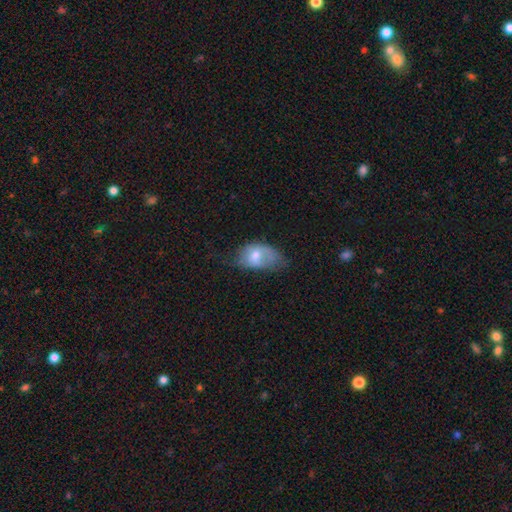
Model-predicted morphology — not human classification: smooth_or_featured: smooth (p=0.62) [alt: featured or disk p=0.30]
how_rounded: in between (p=0.87) [alt: round p=0.11]
merging: minor disturbance (p=0.38) [alt: none p=0.33]